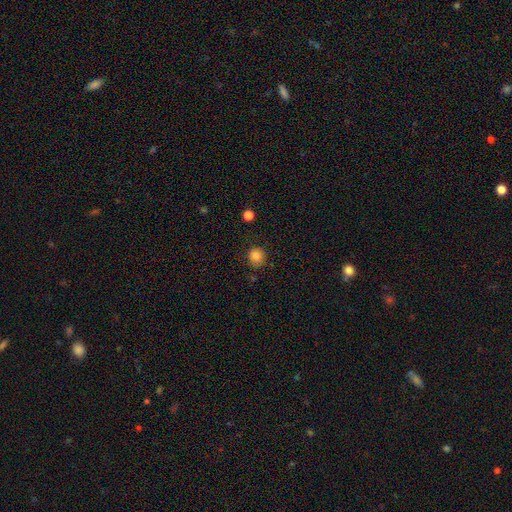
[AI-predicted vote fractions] smooth 83%, star or artifact 11%, featured or disk 6%. Down the decision tree: how rounded — round (89%); merging — none (83%).